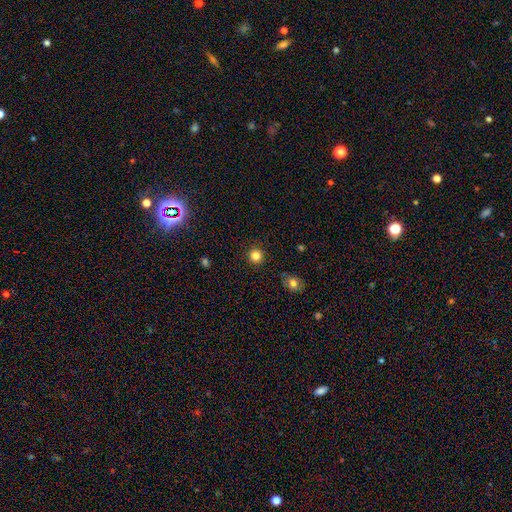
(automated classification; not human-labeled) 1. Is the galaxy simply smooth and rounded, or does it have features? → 83% smooth, 13% star or artifact, 5% featured or disk.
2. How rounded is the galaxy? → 95% round, 4% in between, 1% cigar-shaped.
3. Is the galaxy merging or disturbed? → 92% none, 5% minor disturbance, 2% major disturbance, 1% merger.